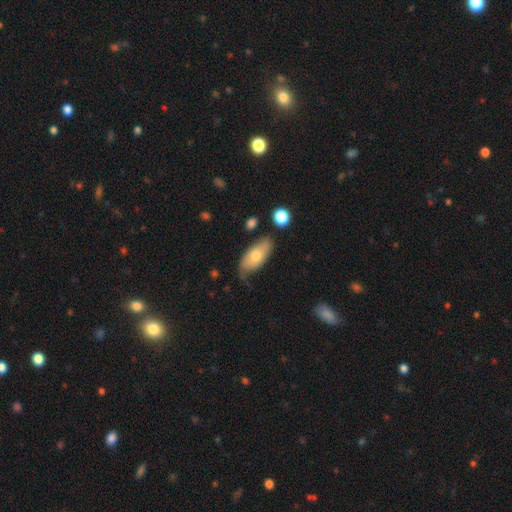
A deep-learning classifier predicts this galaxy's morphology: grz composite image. It shows a smooth galaxy with no disk features (65%) that is in between round and cigar-shaped (89%). Merging: none (55%).